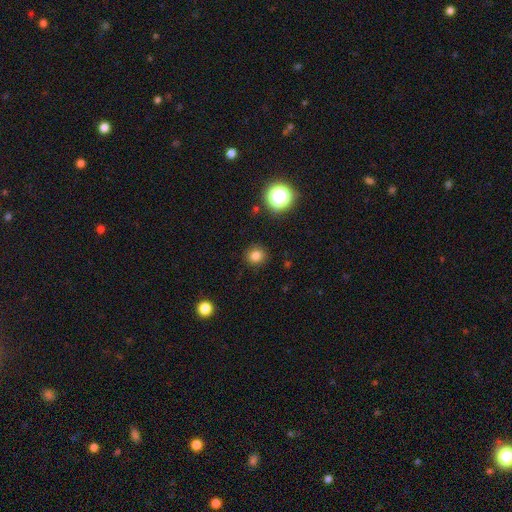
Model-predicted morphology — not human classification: This is clearly a smooth galaxy (80%). How rounded: clearly round (88%). Merging: clearly none (89%).